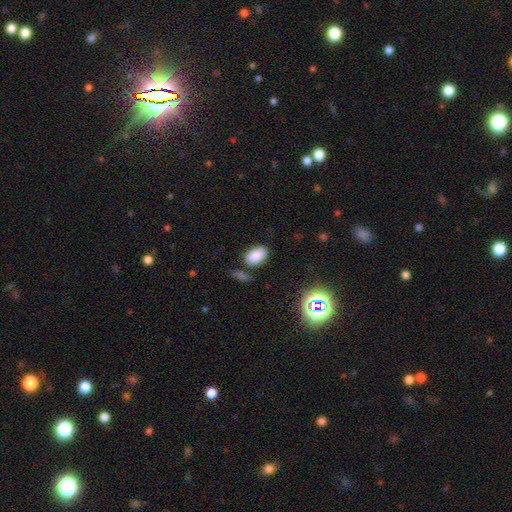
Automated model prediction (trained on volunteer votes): This appears to be a smooth galaxy with no disk features (83%) that is in between round and cigar-shaped (90%). Merging: none (74%).